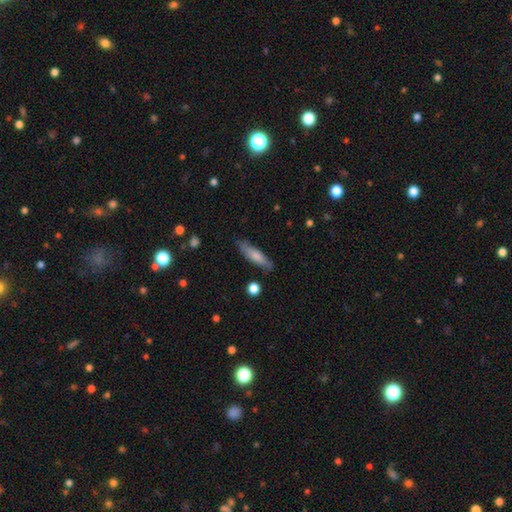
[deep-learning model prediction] Morphology: type=smooth (73%); roundness=cigar-shaped (66%); merging=none (78%).